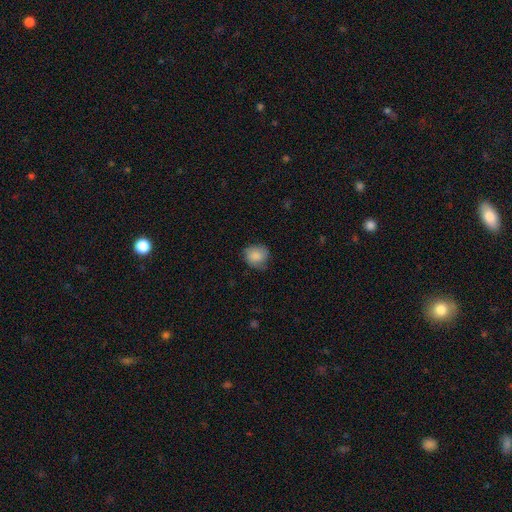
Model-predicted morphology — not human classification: A smooth galaxy with no disk features (82%) that is round (75%). Merging: none (67%).